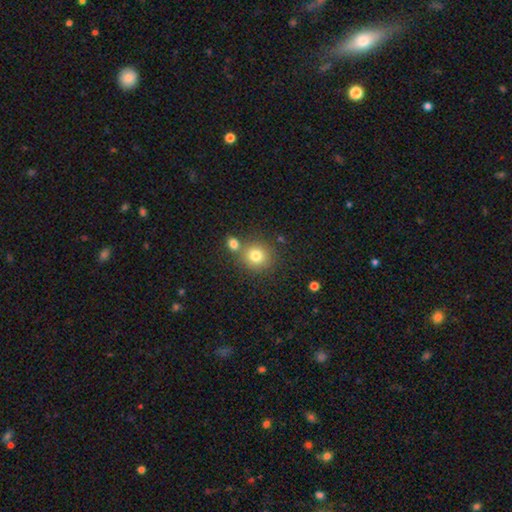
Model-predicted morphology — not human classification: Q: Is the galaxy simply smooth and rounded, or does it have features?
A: smooth — 78%.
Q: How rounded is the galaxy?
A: round — 88%.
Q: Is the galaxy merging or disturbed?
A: none — 68%.